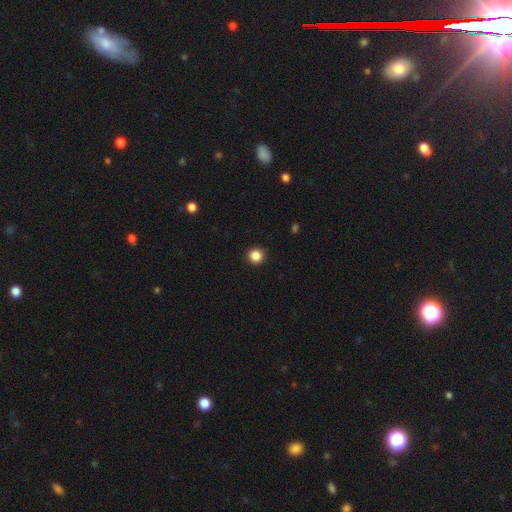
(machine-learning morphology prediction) Smooth or featured: smooth — 86% (star or artifact — 11%)
How rounded: round — 94% (in between — 5%)
Merging: none — 92% (minor disturbance — 5%)